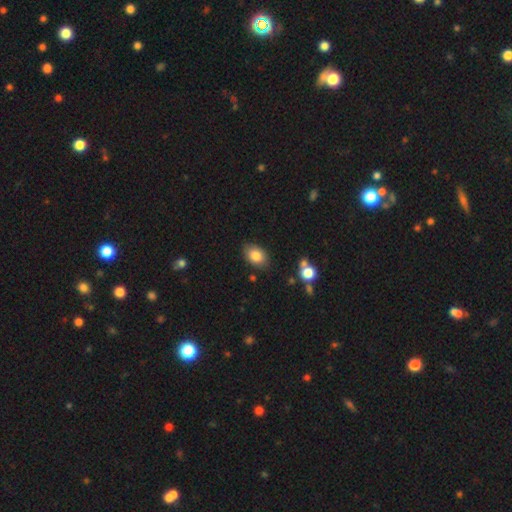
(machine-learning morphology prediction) Smooth or featured? Predicted: smooth (p=0.84). How rounded? Predicted: in between (p=0.82). Merging? Predicted: none (p=0.83).